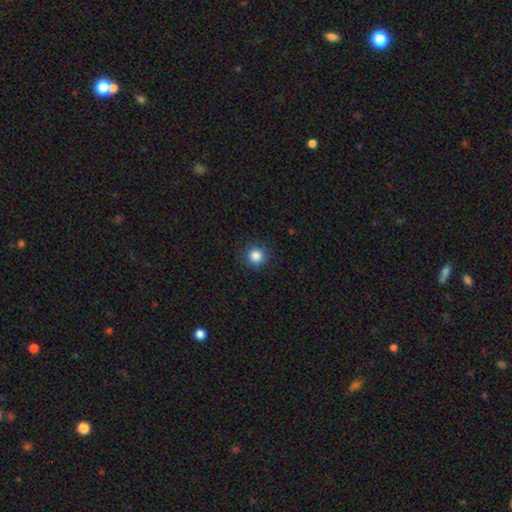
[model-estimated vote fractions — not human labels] Smooth or featured: smooth — 85% (star or artifact — 11%)
How rounded: round — 94% (in between — 5%)
Merging: none — 89% (minor disturbance — 7%)